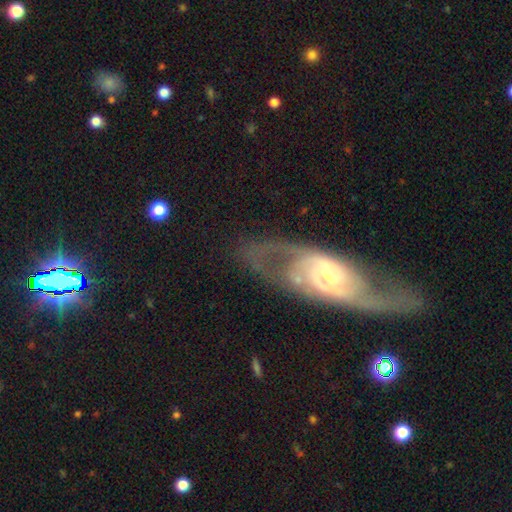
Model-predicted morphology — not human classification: smooth_or_featured: featured or disk (p=0.83) [alt: smooth p=0.10]
disk_edge_on: no (p=0.92) [alt: yes p=0.08]
bar: no (p=0.58) [alt: weak p=0.31]
has_spiral_arms: yes (p=0.91) [alt: no p=0.09]
spiral_winding: medium (p=0.45) [alt: tight p=0.33]
spiral_arm_count: 2 (p=0.72) [alt: can't tell p=0.15]
bulge_size: small (p=0.64) [alt: moderate p=0.30]
merging: none (p=0.63) [alt: minor disturbance p=0.17]